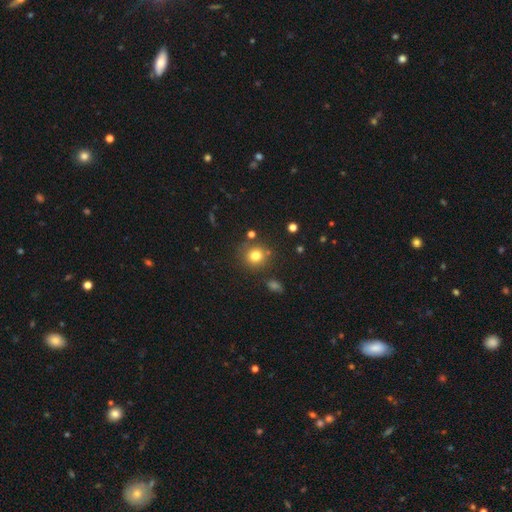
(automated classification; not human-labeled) Smooth or featured: smooth — 78% (star or artifact — 14%)
How rounded: round — 88% (in between — 11%)
Merging: none — 81% (minor disturbance — 10%)